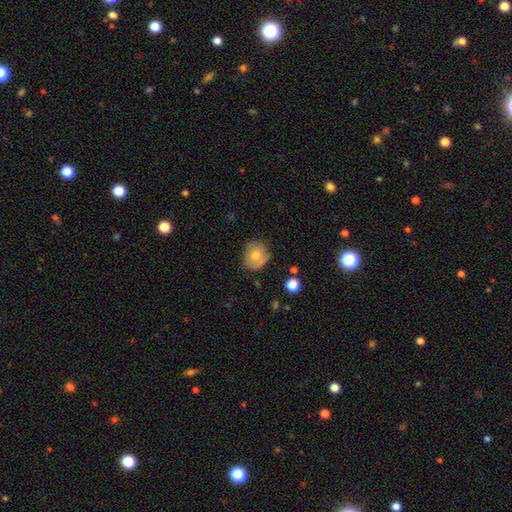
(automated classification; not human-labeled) A smooth galaxy with no disk features (58%) that is round (72%).

Vote fractions:
- Smooth or featured? smooth: 58% / featured or disk: 32% / star or artifact: 10%
- How rounded? round: 72% / in between: 27% / cigar-shaped: 1%
- Merging? none: 71% / minor disturbance: 22% / major disturbance: 5% / merger: 2%